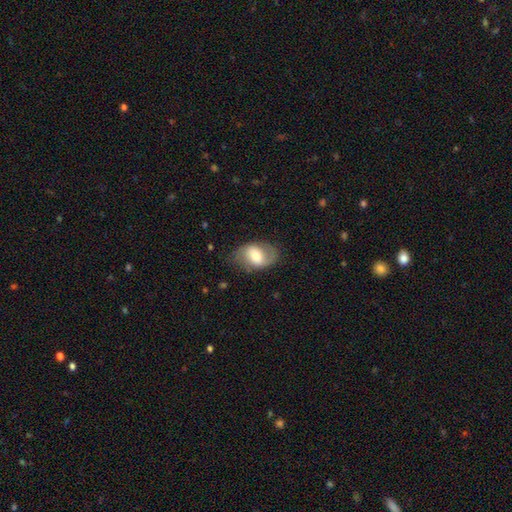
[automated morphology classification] Overall: smooth (48%; featured or disk 45%). Merging: none (69%).